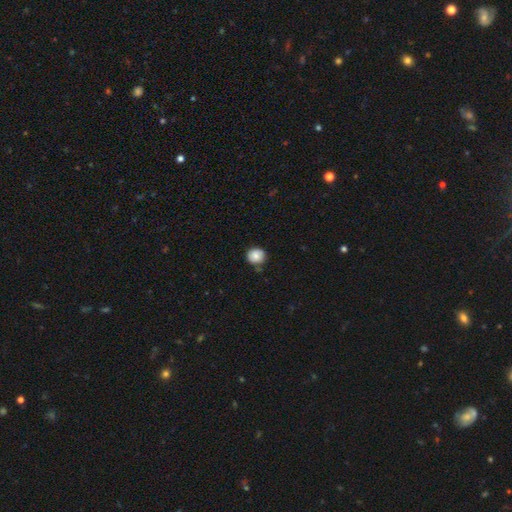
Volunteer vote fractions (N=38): A smooth galaxy with no disk features (84%) that is round (91%). Merging: none (92%).